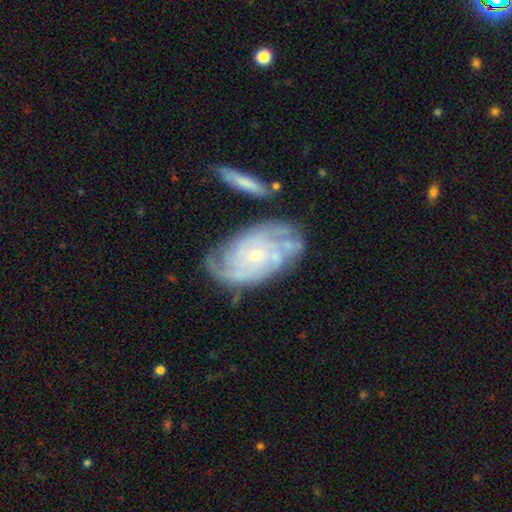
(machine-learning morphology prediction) The model was most divided on "spiral arm count": can't tell: 37%, 3: 17%, 4: 17%, 2: 16%, more than 4: 7%, 1: 5%. More confident: spiral arms — yes (95%); edge-on disk — no (95%); smooth or featured — featured or disk (84%); bulge size — small (76%); bar — no (73%); spiral winding — tight (68%); merging — none (66%).